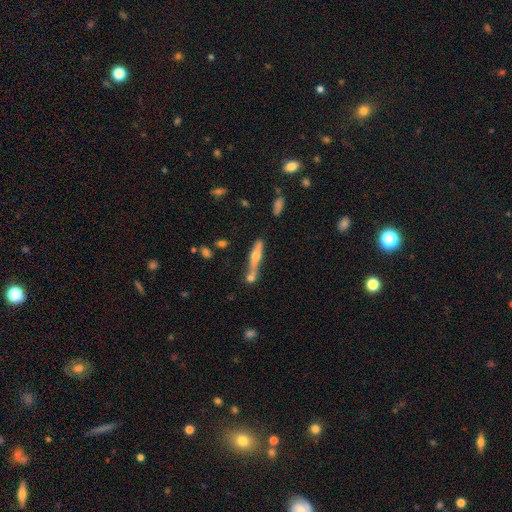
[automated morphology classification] Overall: featured or disk (60%; smooth 33%). Edge-on disk: yes (93%). Edge-on bulge: rounded (88%). Merging: none (55%; merger 25%).